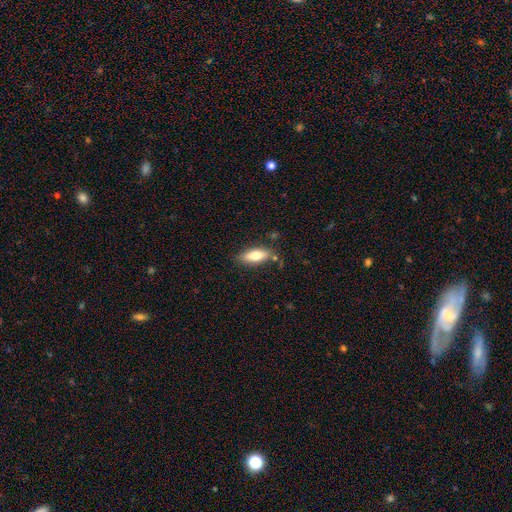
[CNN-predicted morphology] A smooth galaxy with no disk features (73%) that is in between round and cigar-shaped (74%).

Vote fractions:
- Smooth or featured? smooth: 73% / featured or disk: 20% / star or artifact: 7%
- How rounded? in between: 74% / cigar-shaped: 24% / round: 3%
- Merging? none: 80% / minor disturbance: 14% / merger: 3% / major disturbance: 3%